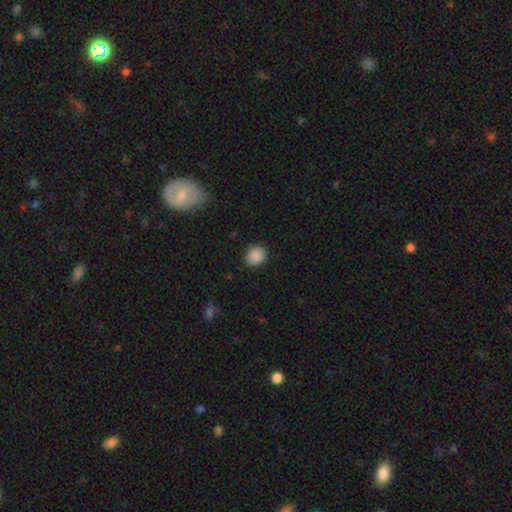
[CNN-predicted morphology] Smooth or featured?
  - smooth: 88% *
  - star or artifact: 9%
  - featured or disk: 3%
How rounded?
  - round: 71% *
  - in between: 29%
  - cigar-shaped: 1%
Merging?
  - none: 87% *
  - minor disturbance: 10%
  - major disturbance: 3%
  - merger: 1%